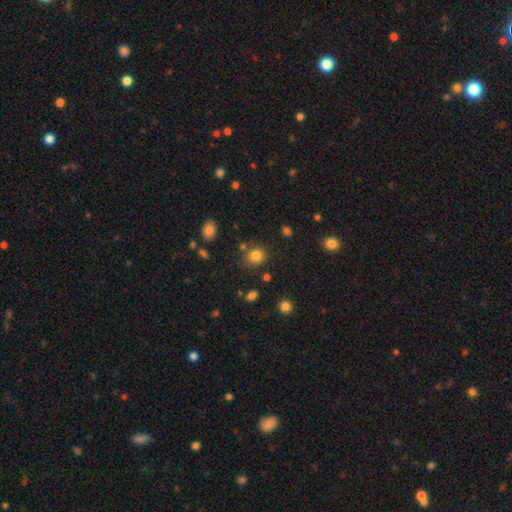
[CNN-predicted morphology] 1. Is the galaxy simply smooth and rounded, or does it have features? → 81% smooth, 13% star or artifact, 6% featured or disk.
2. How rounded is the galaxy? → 73% round, 26% in between, 1% cigar-shaped.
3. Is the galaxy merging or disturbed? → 76% none, 13% minor disturbance, 7% merger, 4% major disturbance.